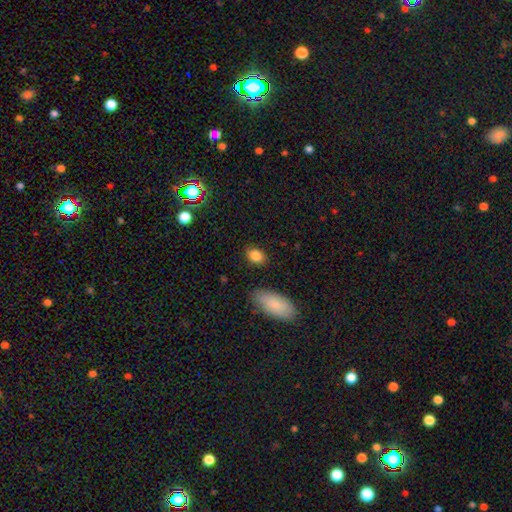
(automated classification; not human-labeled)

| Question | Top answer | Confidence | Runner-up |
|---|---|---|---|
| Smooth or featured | smooth | 85% | star or artifact (9%) |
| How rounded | in between | 74% | round (24%) |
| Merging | none | 84% | minor disturbance (11%) |